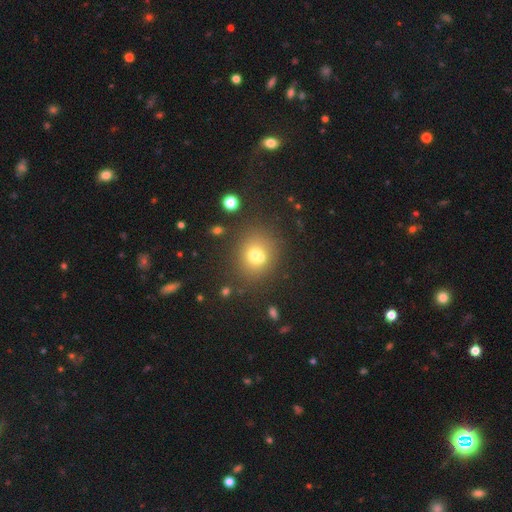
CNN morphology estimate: Smooth or featured?
  - smooth: 66% *
  - featured or disk: 18%
  - star or artifact: 15%
How rounded?
  - round: 71% *
  - in between: 28%
  - cigar-shaped: 1%
Merging?
  - none: 53% *
  - merger: 30%
  - minor disturbance: 12%
  - major disturbance: 5%